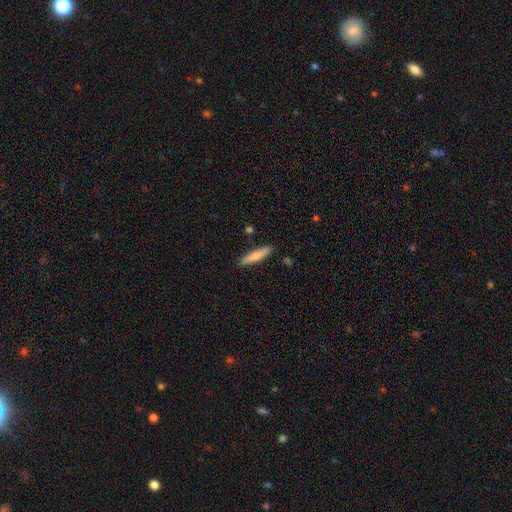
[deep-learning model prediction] Morphology: type=smooth (73%); roundness=cigar-shaped (83%); merging=none (87%).